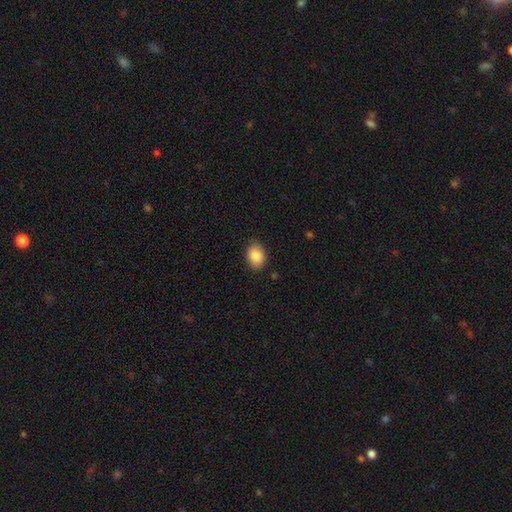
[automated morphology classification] A smooth galaxy with no disk features (87%) that is in between round and cigar-shaped (75%).

Vote fractions:
- Smooth or featured? smooth: 87% / star or artifact: 8% / featured or disk: 5%
- How rounded? in between: 75% / round: 24% / cigar-shaped: 1%
- Merging? none: 85% / minor disturbance: 11% / major disturbance: 2% / merger: 1%